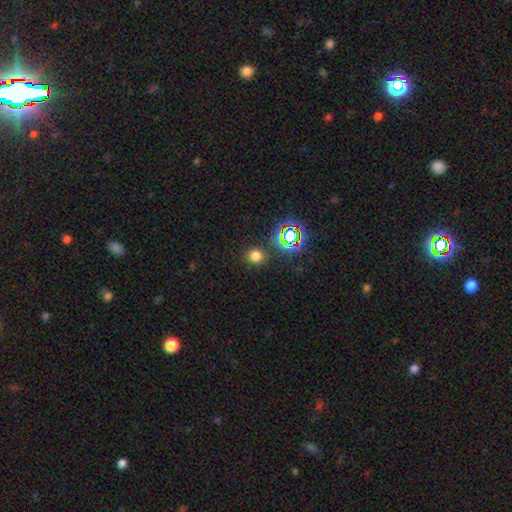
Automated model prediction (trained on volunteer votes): Smooth or featured?
  - smooth: 71% *
  - star or artifact: 24%
  - featured or disk: 6%
How rounded?
  - round: 82% *
  - in between: 17%
  - cigar-shaped: 1%
Merging?
  - none: 86% *
  - minor disturbance: 8%
  - merger: 3%
  - major disturbance: 3%